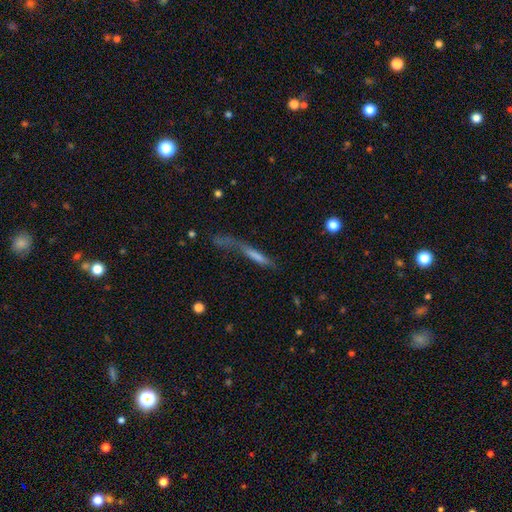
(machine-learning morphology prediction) type=featured or disk (45%); merging=none (43%).